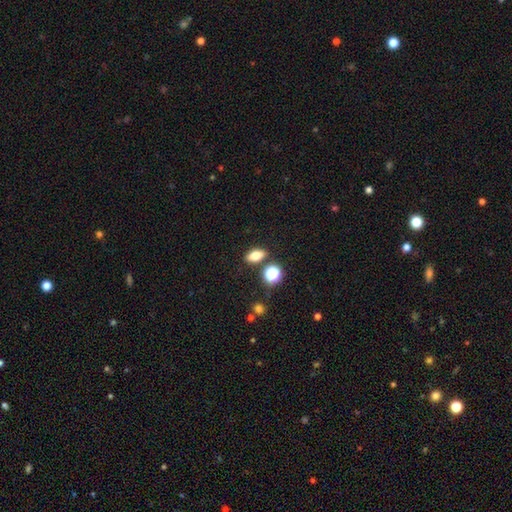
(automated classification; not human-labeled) smooth-or-featured: smooth: 75% | star or artifact: 13% | featured or disk: 12%
  how-rounded: in between: 76% | round: 15% | cigar-shaped: 9%
  merging: none: 81% | minor disturbance: 9% | merger: 7% | major disturbance: 3%